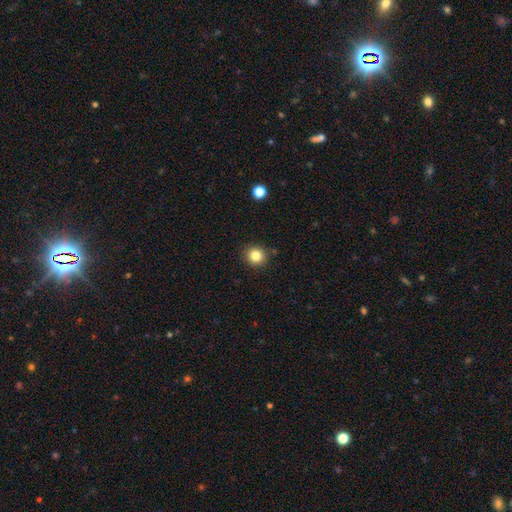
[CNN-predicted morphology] type=smooth (83%); roundness=round (91%); merging=none (90%).